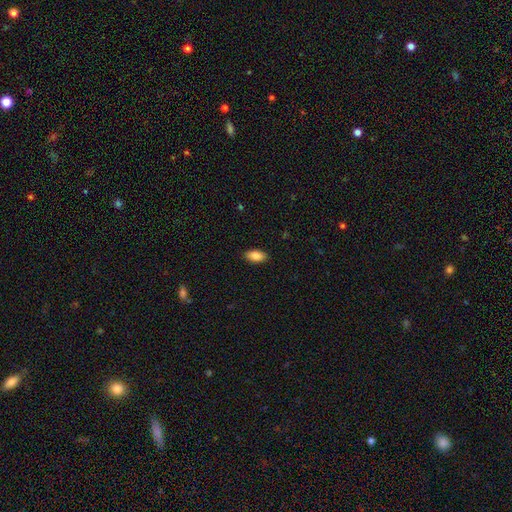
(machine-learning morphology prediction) smooth 87%, star or artifact 7%, featured or disk 7%. Down the decision tree: how rounded — in between (91%); merging — none (89%).